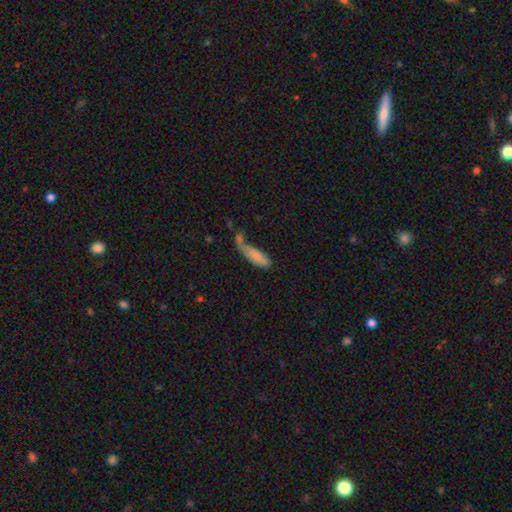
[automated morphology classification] smooth 75%, featured or disk 16%, star or artifact 9%. Down the decision tree: how rounded — in between (54%); merging — merger (36%).